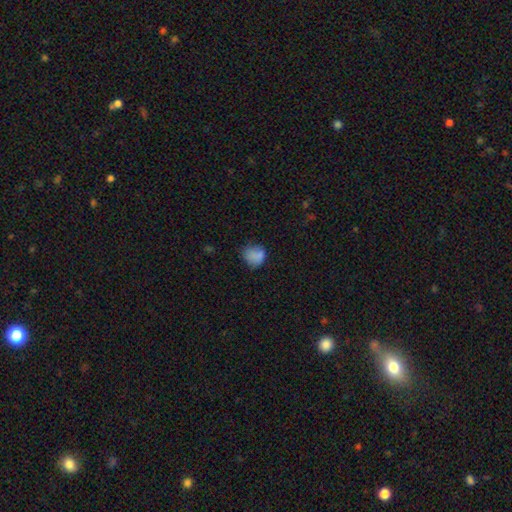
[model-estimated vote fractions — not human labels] Overall: smooth (79%). How rounded: round (68%; in between 31%). Merging: none (57%; minor disturbance 28%).